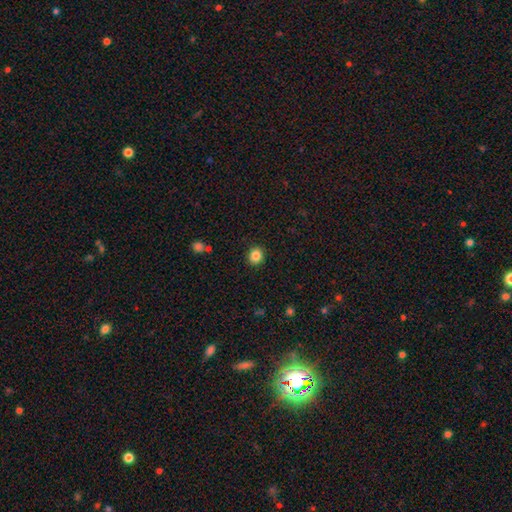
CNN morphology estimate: Smooth or featured? smooth (85%)
How rounded? round (79%)
Merging? none (91%)